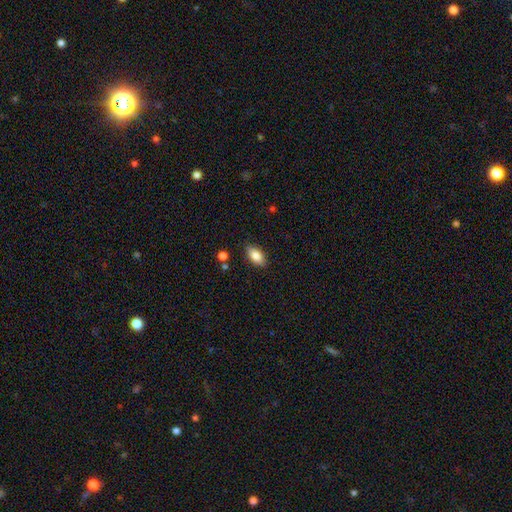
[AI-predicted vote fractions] Morphology: type=smooth (83%); roundness=in between (90%); merging=none (86%).